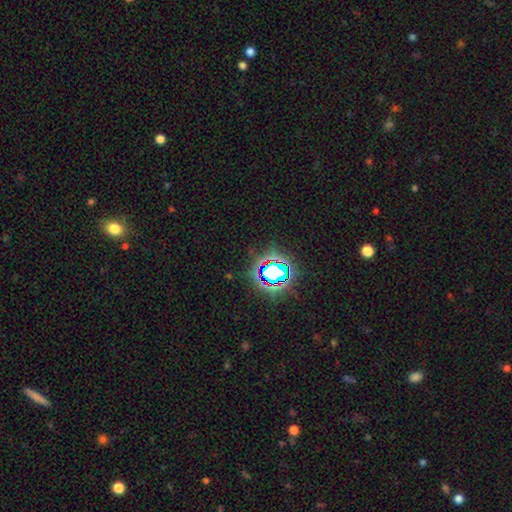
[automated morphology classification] star or artifact 80%, smooth 13%, featured or disk 7%.